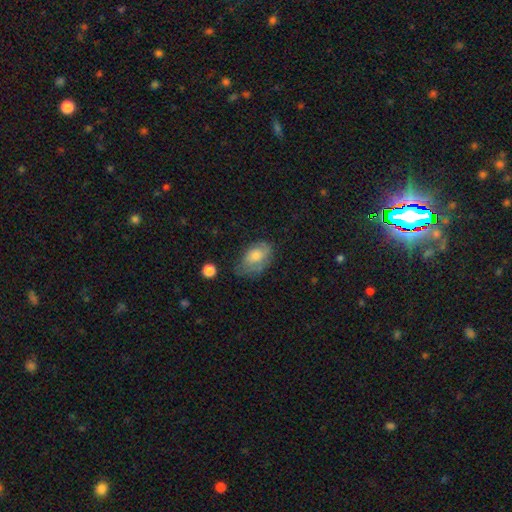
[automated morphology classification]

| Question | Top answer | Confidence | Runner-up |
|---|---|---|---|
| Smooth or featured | smooth | 64% | featured or disk (27%) |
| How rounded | in between | 90% | round (9%) |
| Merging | none | 54% | minor disturbance (32%) |